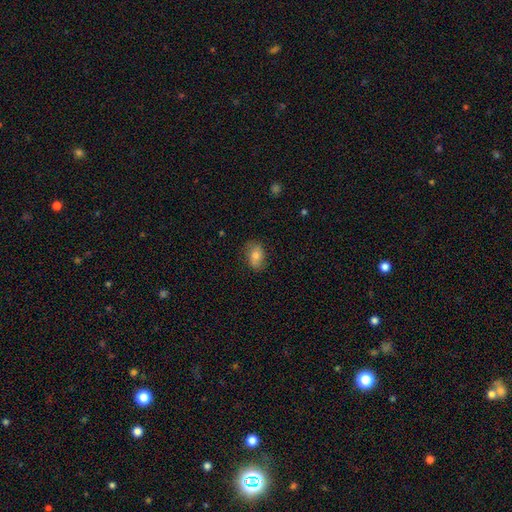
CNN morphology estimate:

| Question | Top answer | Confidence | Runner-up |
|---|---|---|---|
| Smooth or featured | smooth | 75% | featured or disk (16%) |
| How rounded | in between | 84% | round (14%) |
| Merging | none | 79% | minor disturbance (16%) |